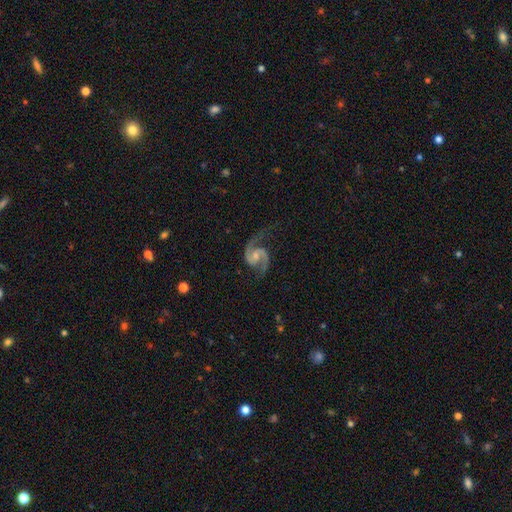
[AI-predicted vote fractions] A featured or disk galaxy (93%) with no bar (54%), 2 (94%) medium (61%) spiral arms (98%) and a small central bulge (49%). Merging: none (73%).